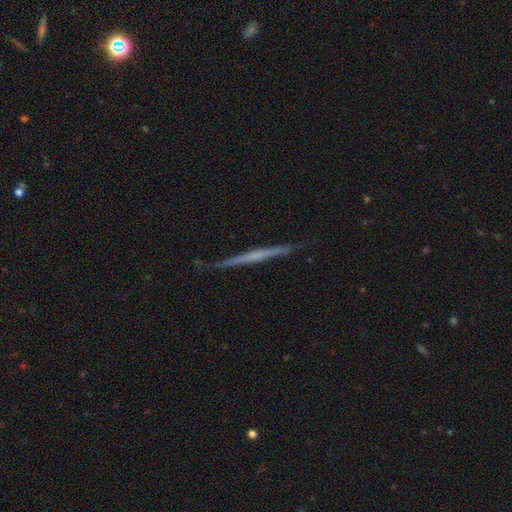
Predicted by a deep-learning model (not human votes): A featured or disk galaxy (64%) viewed edge-on (98%) with no central bulge (80%). Merging: none (87%).